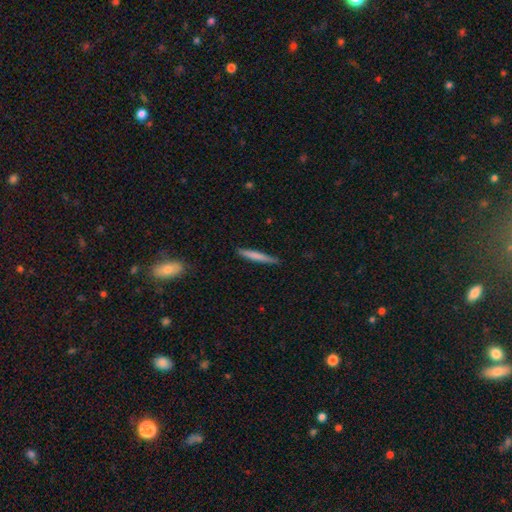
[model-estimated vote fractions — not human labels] smooth 73%, featured or disk 22%, star or artifact 6%. Down the decision tree: how rounded — cigar-shaped (96%); merging — none (86%).